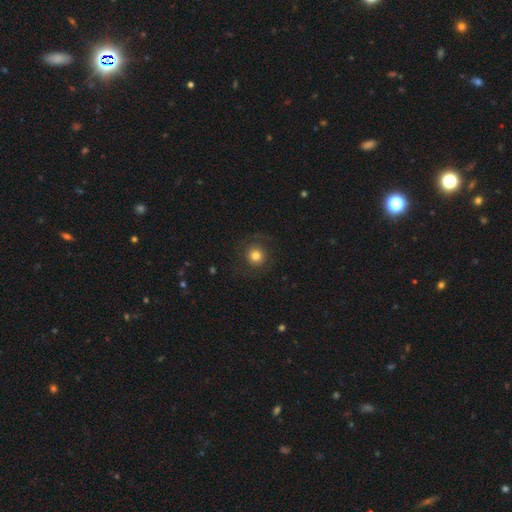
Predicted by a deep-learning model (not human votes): A smooth galaxy with no disk features (73%) that is round (93%). Merging: none (81%).